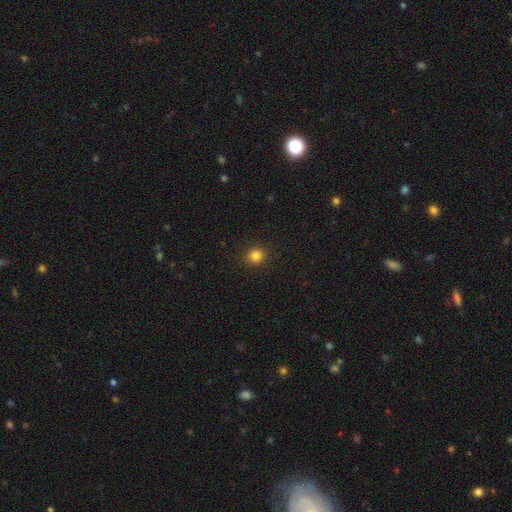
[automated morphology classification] Smooth or featured? smooth (83%)
How rounded? round (87%)
Merging? none (91%)